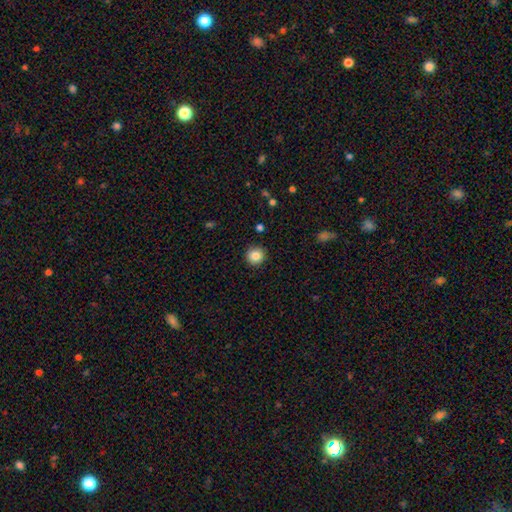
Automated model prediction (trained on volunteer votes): Smooth or featured?
  - smooth: 85% *
  - star or artifact: 10%
  - featured or disk: 5%
How rounded?
  - round: 95% *
  - in between: 4%
  - cigar-shaped: 1%
Merging?
  - none: 92% *
  - minor disturbance: 5%
  - major disturbance: 2%
  - merger: 1%